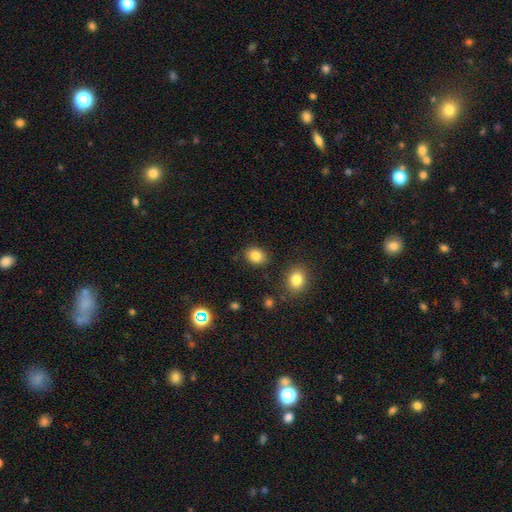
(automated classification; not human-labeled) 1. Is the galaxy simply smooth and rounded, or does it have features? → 84% smooth, 10% star or artifact, 6% featured or disk.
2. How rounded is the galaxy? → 57% in between, 42% round, 1% cigar-shaped.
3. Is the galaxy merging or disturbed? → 86% none, 9% minor disturbance, 3% merger, 3% major disturbance.